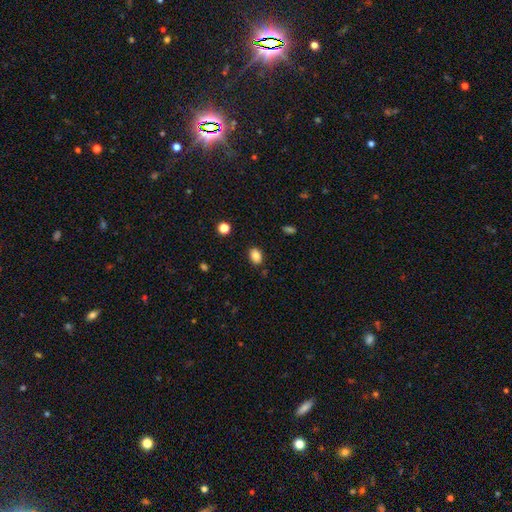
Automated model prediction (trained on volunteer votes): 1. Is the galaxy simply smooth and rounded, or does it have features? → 85% smooth, 10% star or artifact, 6% featured or disk.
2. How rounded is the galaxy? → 75% in between, 24% round, 1% cigar-shaped.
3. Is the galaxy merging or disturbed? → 87% none, 9% minor disturbance, 2% major disturbance, 2% merger.